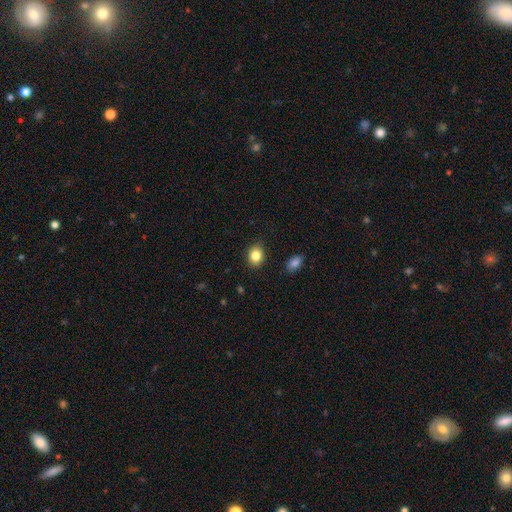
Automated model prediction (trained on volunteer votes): Morphology: type=smooth (84%); roundness=round (50%); merging=none (88%).